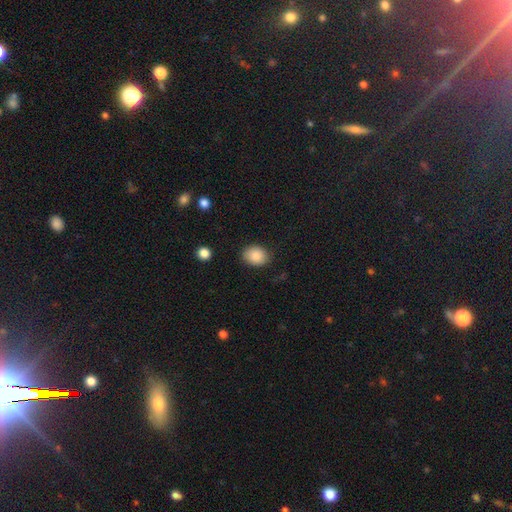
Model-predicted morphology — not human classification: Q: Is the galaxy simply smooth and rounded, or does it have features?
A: smooth — 87%.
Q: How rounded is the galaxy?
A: in between — 52%.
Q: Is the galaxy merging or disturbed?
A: none — 83%.